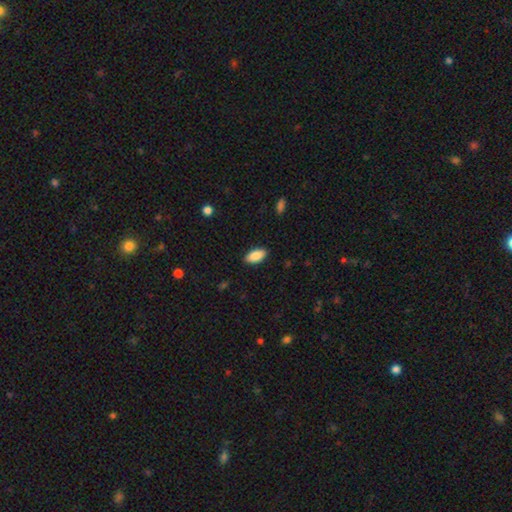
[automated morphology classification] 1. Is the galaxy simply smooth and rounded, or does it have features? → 87% smooth, 7% star or artifact, 6% featured or disk.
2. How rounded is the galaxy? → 92% in between, 6% cigar-shaped, 2% round.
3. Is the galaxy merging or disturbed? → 88% none, 9% minor disturbance, 2% major disturbance, 1% merger.